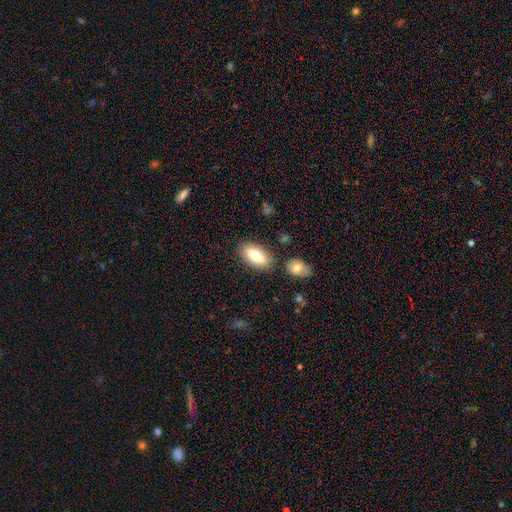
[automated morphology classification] smooth_or_featured: smooth (p=0.77) [alt: featured or disk p=0.17]
how_rounded: in between (p=0.91) [alt: cigar-shaped p=0.06]
merging: none (p=0.81) [alt: minor disturbance p=0.11]